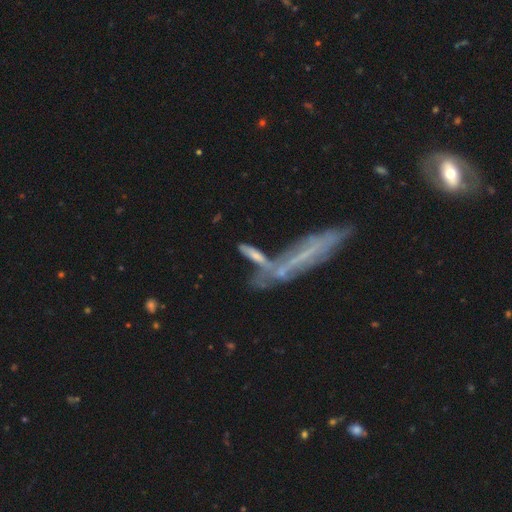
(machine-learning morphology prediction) Smooth or featured: smooth — 48% (featured or disk — 42%)
Merging: merger — 55% (none — 22%)